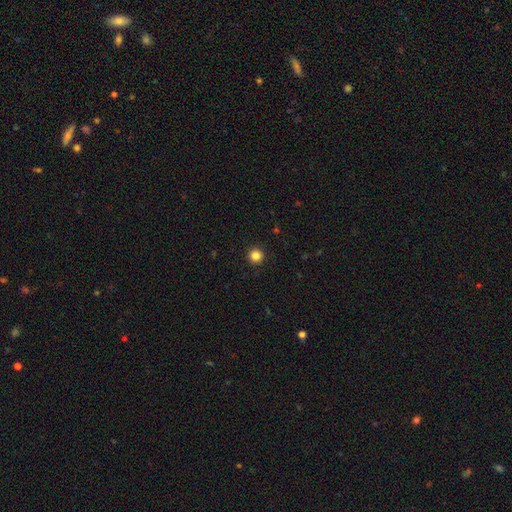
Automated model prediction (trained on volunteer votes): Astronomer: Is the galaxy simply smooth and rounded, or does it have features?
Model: smooth — 85%.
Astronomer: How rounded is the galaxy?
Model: round — 96%.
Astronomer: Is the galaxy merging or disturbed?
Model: none — 93%.